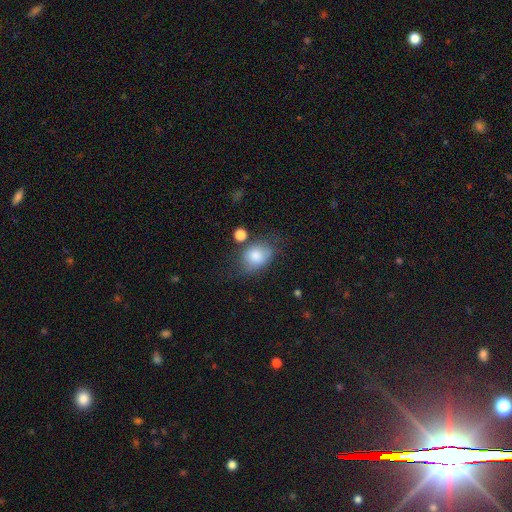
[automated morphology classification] type=smooth (79%); roundness=in between (63%); merging=none (55%).